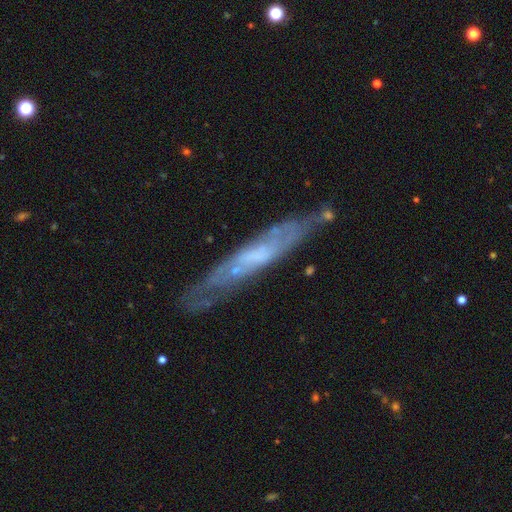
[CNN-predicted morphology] This is likely a featured or disk galaxy (67%). It is likely viewed edge-on (61%). Merging: likely none (72%).